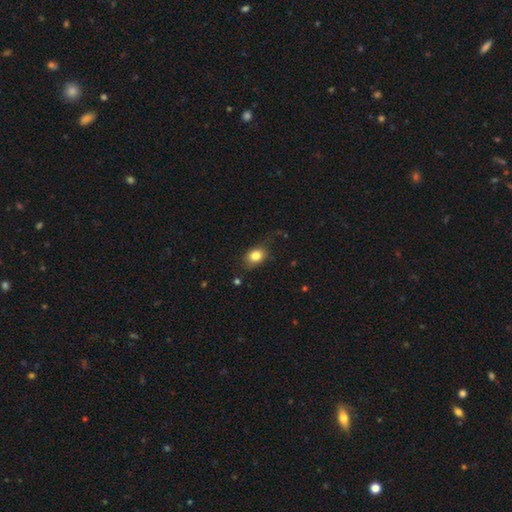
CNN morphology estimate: smooth 81%, featured or disk 10%, star or artifact 10%. Down the decision tree: how rounded — in between (60%); merging — none (70%).